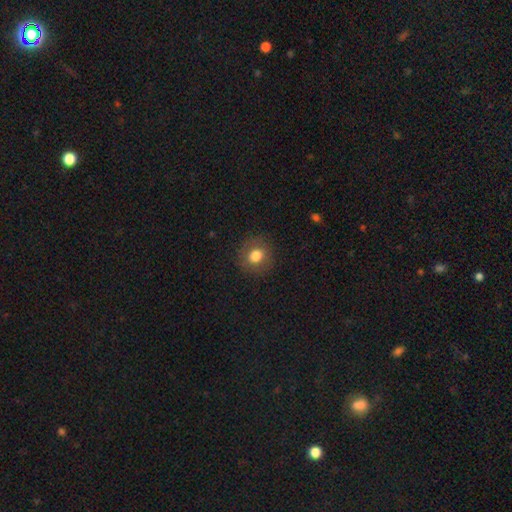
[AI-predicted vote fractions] A smooth galaxy with no disk features (78%) that is round (79%).

Vote fractions:
- Smooth or featured? smooth: 78% / featured or disk: 12% / star or artifact: 10%
- How rounded? round: 79% / in between: 20% / cigar-shaped: 1%
- Merging? none: 86% / minor disturbance: 9% / major disturbance: 3% / merger: 1%